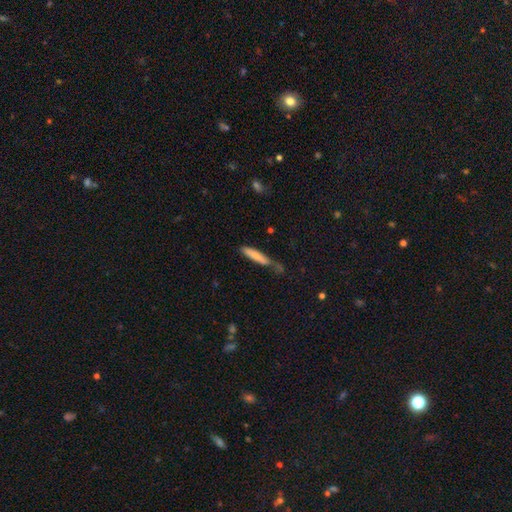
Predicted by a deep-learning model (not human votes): A smooth galaxy with no disk features (77%) that is cigar-shaped (88%).

Vote fractions:
- Smooth or featured? smooth: 77% / featured or disk: 17% / star or artifact: 6%
- How rounded? cigar-shaped: 88% / in between: 10% / round: 1%
- Merging? none: 54% / minor disturbance: 27% / major disturbance: 10% / merger: 9%